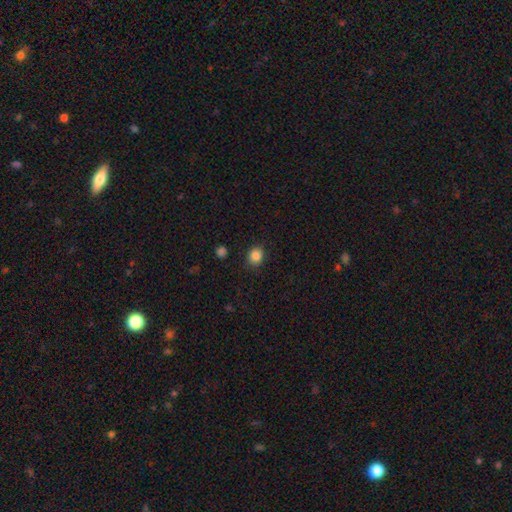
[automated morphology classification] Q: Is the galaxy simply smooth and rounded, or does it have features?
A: smooth — 85%.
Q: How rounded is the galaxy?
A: round — 67%.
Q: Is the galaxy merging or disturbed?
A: none — 87%.